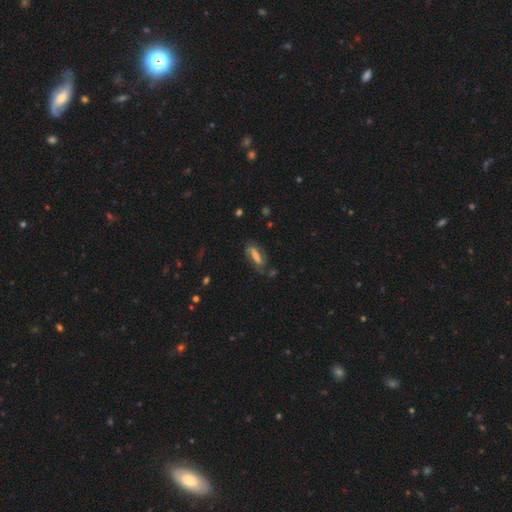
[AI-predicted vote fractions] Smooth or featured? smooth (46%)
Merging? none (54%)